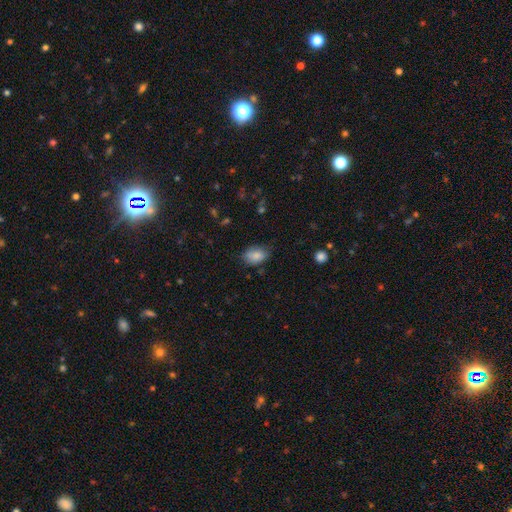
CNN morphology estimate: Q: Smooth or featured?
A: smooth (84%); runner-up: featured or disk (8%)
Q: How rounded?
A: in between (86%); runner-up: round (13%)
Q: Merging?
A: none (71%); runner-up: minor disturbance (23%)